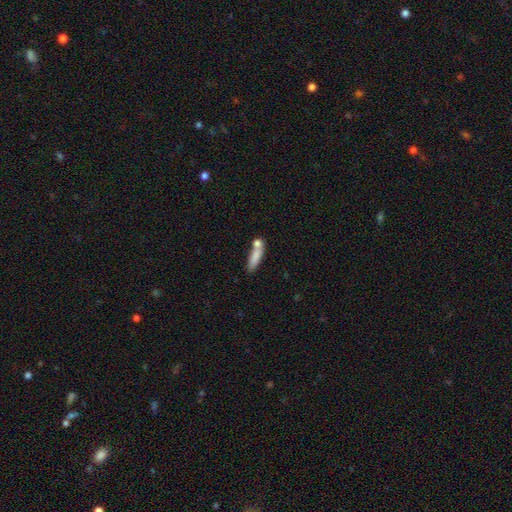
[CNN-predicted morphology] Overall: smooth (77%). How rounded: cigar-shaped (67%; in between 30%). Merging: none (51%; merger 28%).